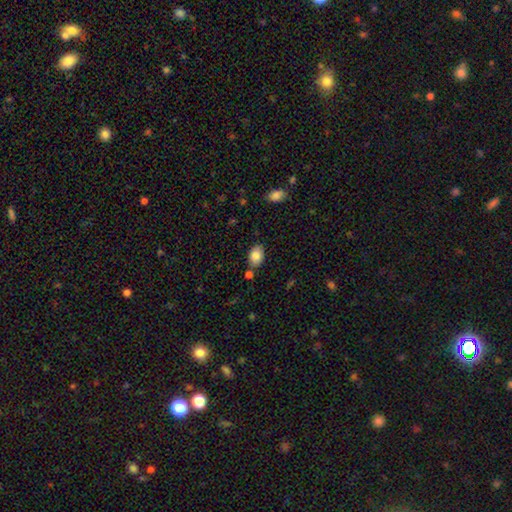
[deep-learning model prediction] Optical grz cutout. It shows a smooth galaxy with no disk features (84%) that is in between round and cigar-shaped (87%). Merging: none (78%).